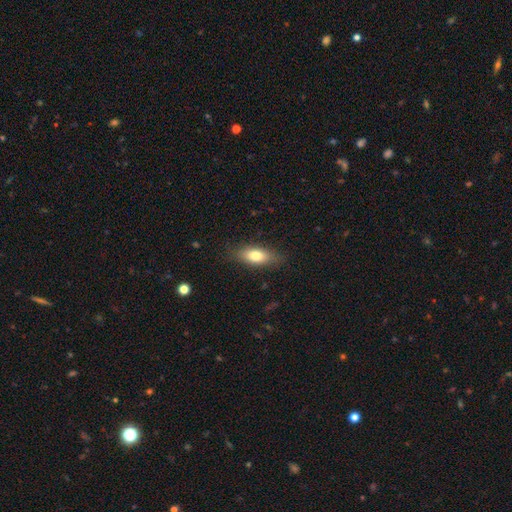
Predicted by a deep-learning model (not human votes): A smooth galaxy with no disk features (75%) that is in between round and cigar-shaped (76%).

Vote fractions:
- Smooth or featured? smooth: 75% / featured or disk: 18% / star or artifact: 7%
- How rounded? in between: 76% / cigar-shaped: 20% / round: 4%
- Merging? none: 82% / minor disturbance: 14% / major disturbance: 3% / merger: 1%